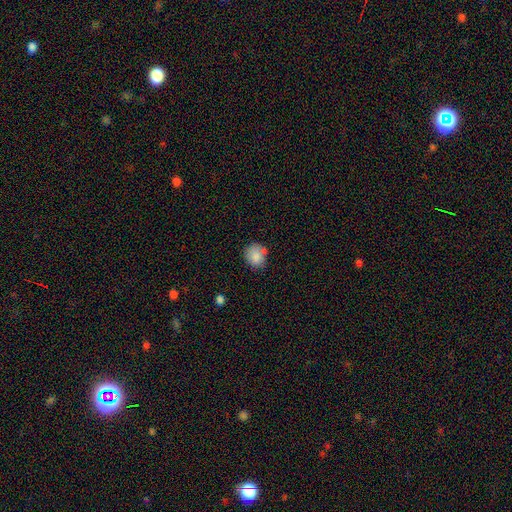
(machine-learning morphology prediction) This is clearly a smooth galaxy (84%). How rounded: likely round (78%). Merging: likely none (66%).